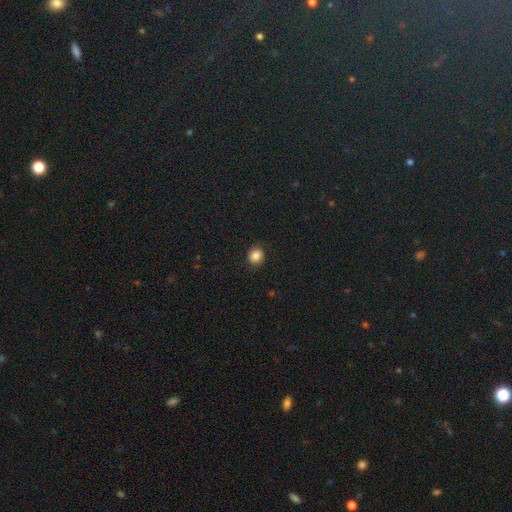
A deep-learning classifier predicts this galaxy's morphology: Q: Smooth or featured?
A: smooth (78%); runner-up: featured or disk (12%)
Q: How rounded?
A: round (71%); runner-up: in between (28%)
Q: Merging?
A: none (79%); runner-up: minor disturbance (14%)